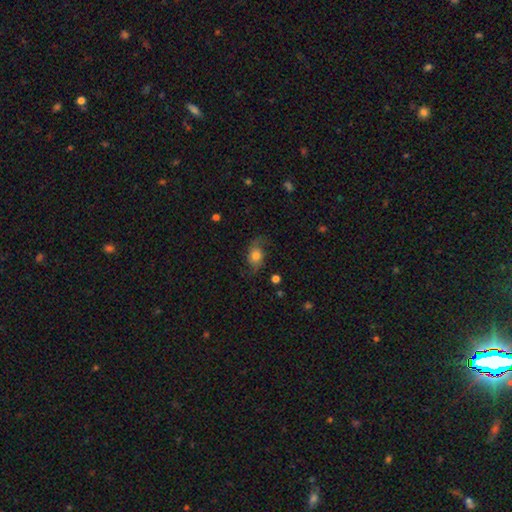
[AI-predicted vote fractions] Smooth or featured? Predicted: smooth (p=0.45). Merging? Predicted: none (p=0.65).